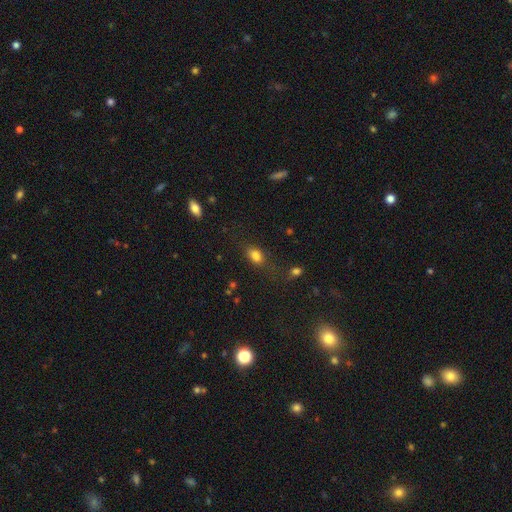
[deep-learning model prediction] Smooth or featured: smooth — 80% (star or artifact — 12%)
How rounded: in between — 77% (round — 18%)
Merging: none — 61% (minor disturbance — 20%)